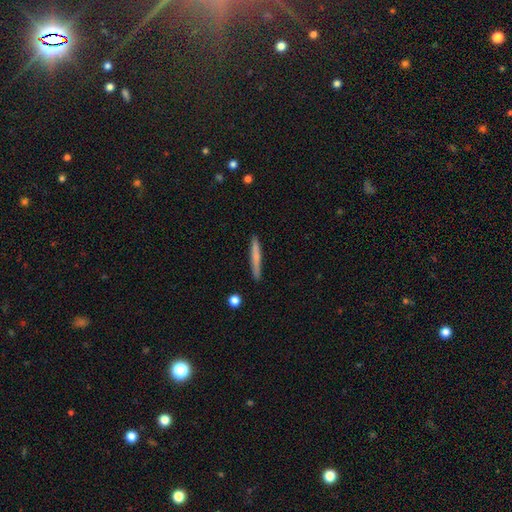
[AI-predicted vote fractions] Smooth or featured: smooth — 69% (featured or disk — 26%)
How rounded: cigar-shaped — 96% (in between — 3%)
Merging: none — 89% (minor disturbance — 8%)